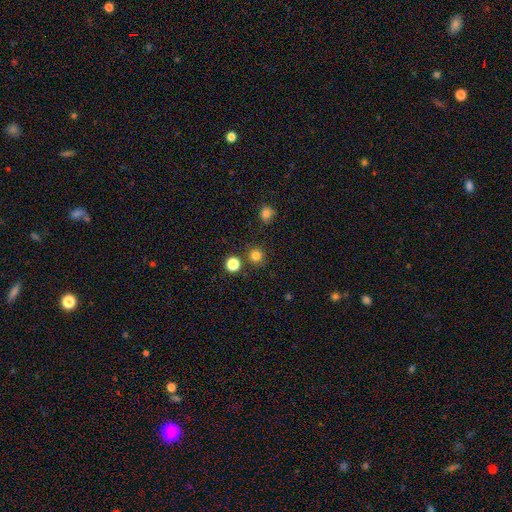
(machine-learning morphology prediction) A smooth galaxy with no disk features (81%) that is round (94%). Merging: none (84%).